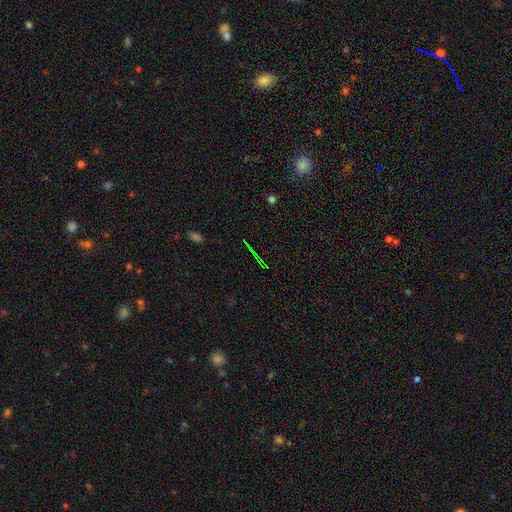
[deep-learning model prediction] This appears to be a star or artifact, not a galaxy (67%).